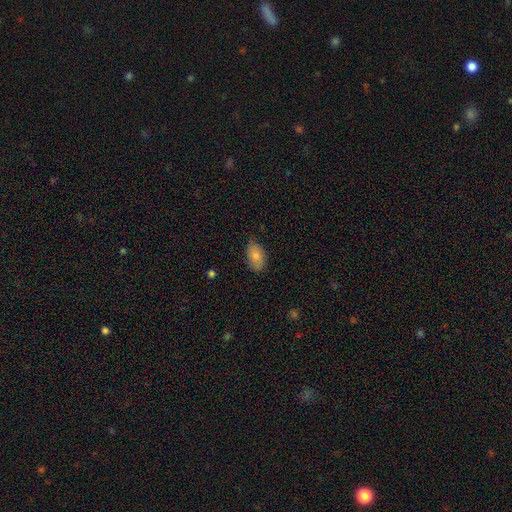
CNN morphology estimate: A smooth galaxy with no disk features (83%) that is in between round and cigar-shaped (93%).

Vote fractions:
- Smooth or featured? smooth: 83% / featured or disk: 10% / star or artifact: 7%
- How rounded? in between: 93% / round: 5% / cigar-shaped: 2%
- Merging? none: 75% / minor disturbance: 21% / major disturbance: 3% / merger: 1%